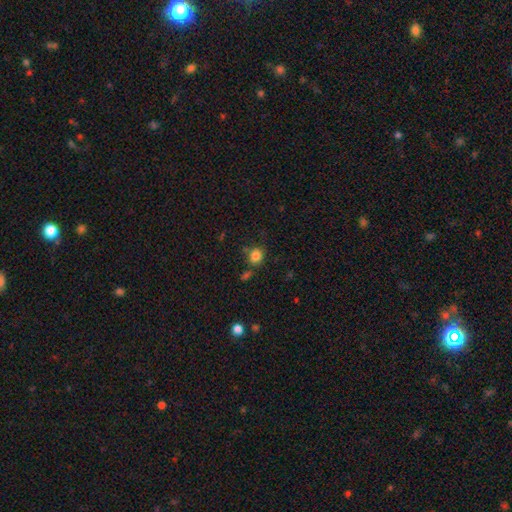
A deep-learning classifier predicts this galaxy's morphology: This is clearly a smooth galaxy (83%). How rounded: likely round (74%). Merging: likely none (71%).